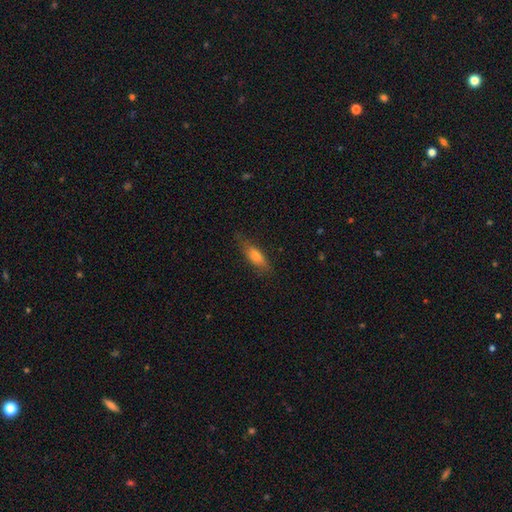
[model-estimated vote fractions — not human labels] A smooth galaxy with no disk features (62%) that is cigar-shaped (51%).

Vote fractions:
- Smooth or featured? smooth: 62% / featured or disk: 28% / star or artifact: 10%
- How rounded? cigar-shaped: 51% / in between: 46% / round: 3%
- Merging? none: 74% / minor disturbance: 19% / major disturbance: 6% / merger: 1%